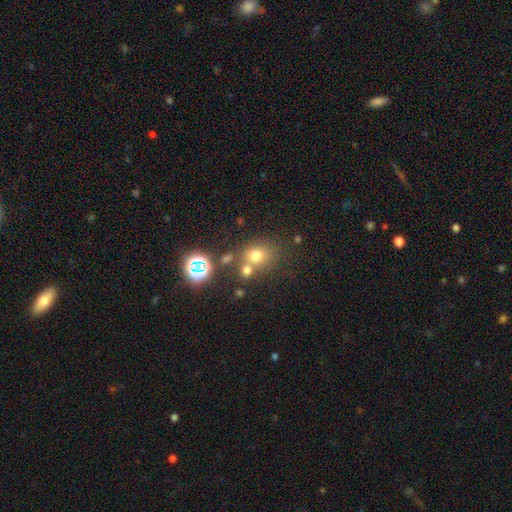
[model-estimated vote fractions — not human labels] A smooth galaxy with no disk features (69%) that is round (69%). Merging: none (55%).